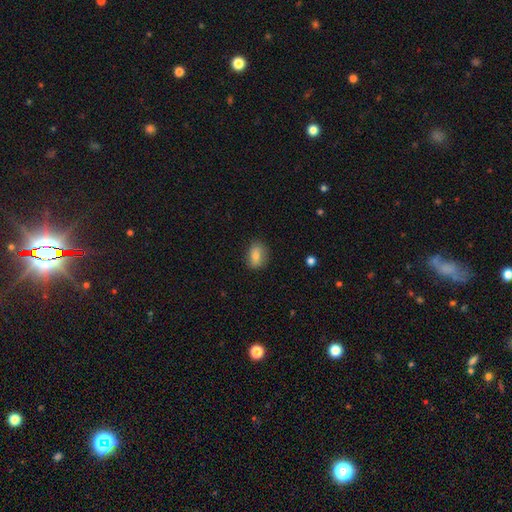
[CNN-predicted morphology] type=smooth (80%); roundness=in between (77%); merging=none (80%).